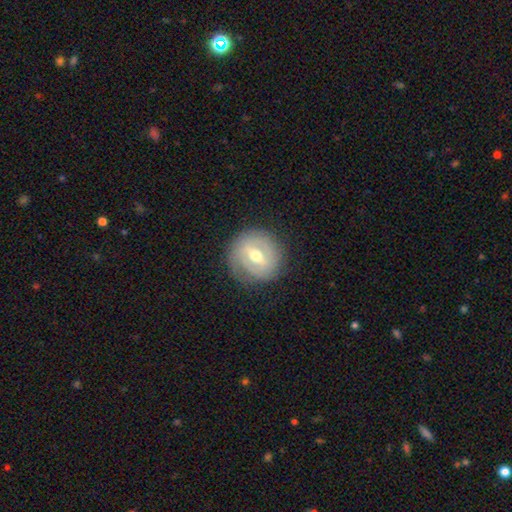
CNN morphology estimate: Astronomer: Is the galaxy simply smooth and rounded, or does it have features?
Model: featured or disk — 66%.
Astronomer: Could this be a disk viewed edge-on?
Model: no — 95%.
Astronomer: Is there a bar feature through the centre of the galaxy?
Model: weak — 48% (runner-up: strong, 32%).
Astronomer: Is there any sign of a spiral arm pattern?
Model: yes — 58% (runner-up: no, 42%).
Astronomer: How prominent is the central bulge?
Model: moderate — 77%.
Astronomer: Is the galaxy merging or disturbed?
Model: none — 81%.